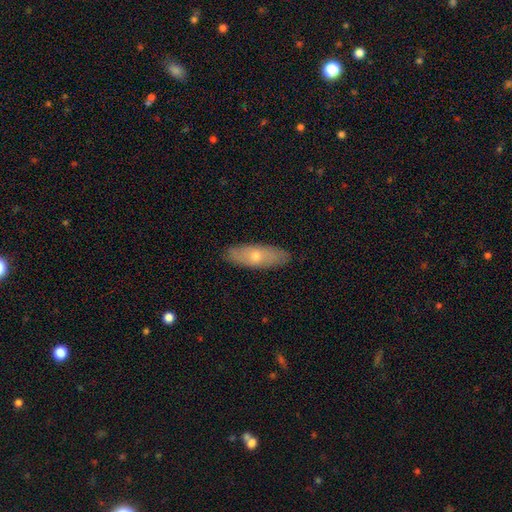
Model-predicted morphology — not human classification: Smooth or featured? smooth (58%)
How rounded? in between (60%)
Merging? none (87%)